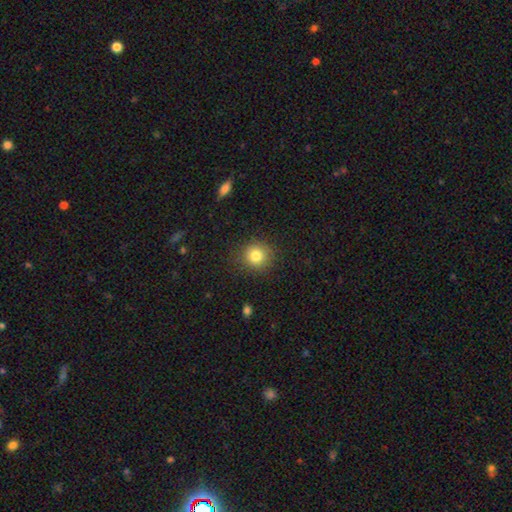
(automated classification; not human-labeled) This appears to be a smooth galaxy with no disk features (81%) that is round (92%). Merging: none (88%).